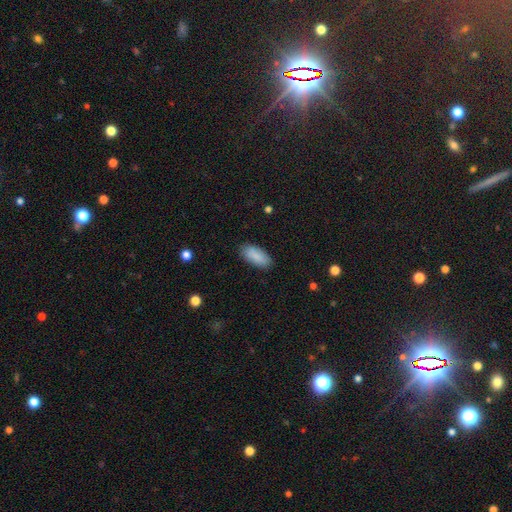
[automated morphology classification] A smooth galaxy with no disk features (89%) that is in between round and cigar-shaped (86%).

Vote fractions:
- Smooth or featured? smooth: 89% / star or artifact: 6% / featured or disk: 5%
- How rounded? in between: 86% / cigar-shaped: 12% / round: 2%
- Merging? none: 87% / minor disturbance: 10% / major disturbance: 2% / merger: 1%